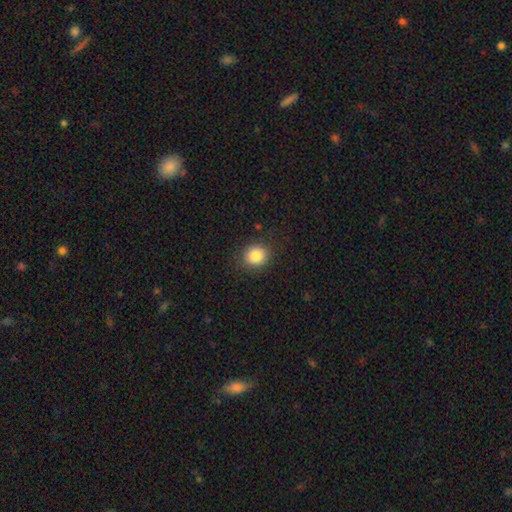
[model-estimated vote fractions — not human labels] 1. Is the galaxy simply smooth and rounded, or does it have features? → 85% smooth, 9% star or artifact, 5% featured or disk.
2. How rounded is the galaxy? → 80% round, 19% in between, 1% cigar-shaped.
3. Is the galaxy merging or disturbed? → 87% none, 9% minor disturbance, 3% major disturbance, 1% merger.